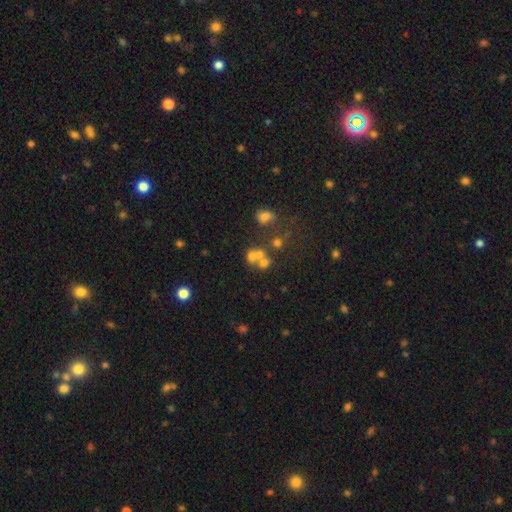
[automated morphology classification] The model was most divided on "merging": merger: 51%, none: 34%, minor disturbance: 8%, major disturbance: 7%. More confident: how rounded — round (69%); smooth or featured — smooth (55%).